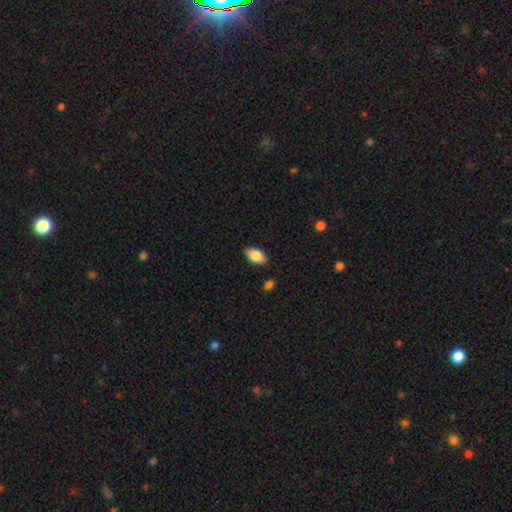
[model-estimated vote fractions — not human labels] Morphology: type=smooth (84%); roundness=in between (93%); merging=none (86%).